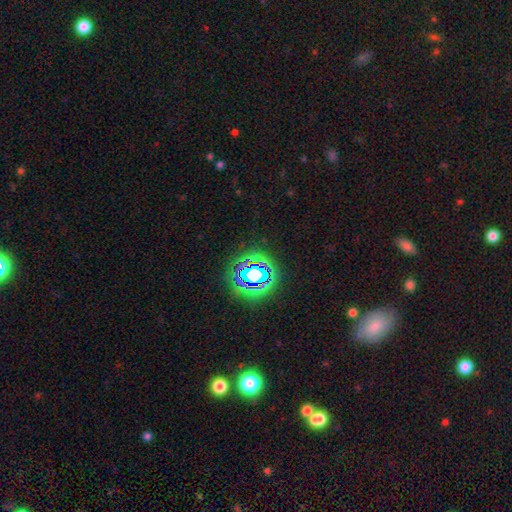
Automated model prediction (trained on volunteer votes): Smooth or featured?
  - star or artifact: 77% *
  - smooth: 14%
  - featured or disk: 9%